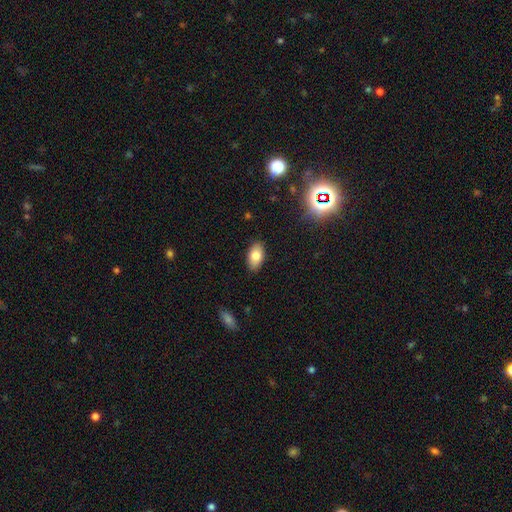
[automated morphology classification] Smooth or featured? smooth (80%)
How rounded? in between (93%)
Merging? none (88%)